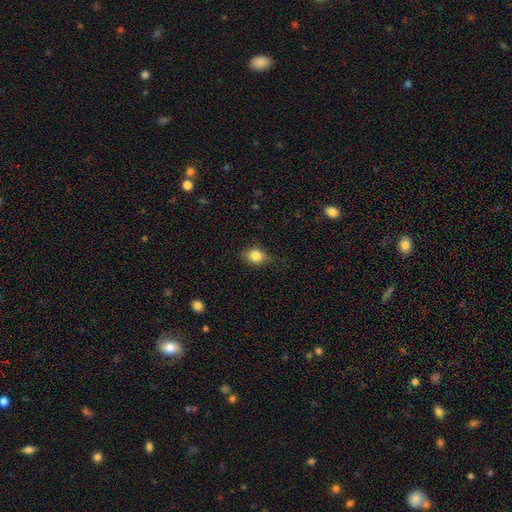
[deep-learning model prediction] Smooth or featured?
  - smooth: 82% *
  - star or artifact: 10%
  - featured or disk: 8%
How rounded?
  - in between: 50% *
  - round: 49%
  - cigar-shaped: 1%
Merging?
  - none: 73% *
  - minor disturbance: 21%
  - major disturbance: 5%
  - merger: 1%